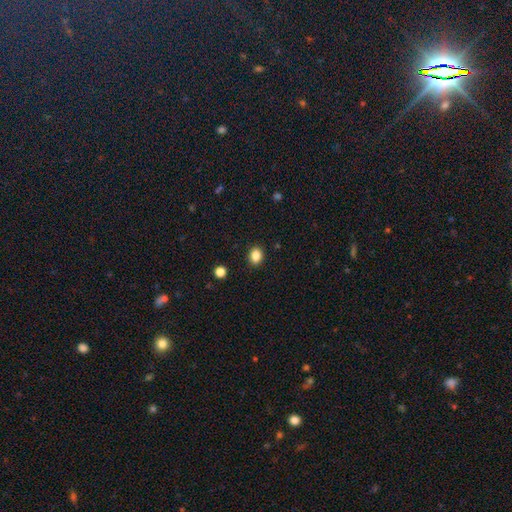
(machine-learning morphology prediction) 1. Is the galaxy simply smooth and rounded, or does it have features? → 86% smooth, 10% star or artifact, 4% featured or disk.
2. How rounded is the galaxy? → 58% in between, 41% round, 1% cigar-shaped.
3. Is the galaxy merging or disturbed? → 90% none, 7% minor disturbance, 2% major disturbance, 1% merger.